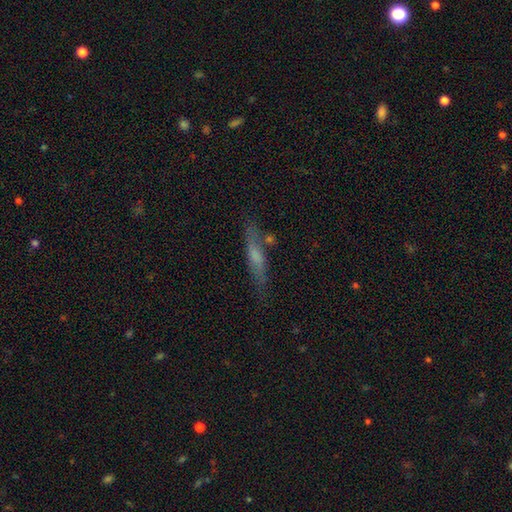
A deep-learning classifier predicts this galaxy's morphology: smooth_or_featured: featured or disk (p=0.47) [alt: smooth p=0.44]
merging: none (p=0.74) [alt: minor disturbance p=0.16]